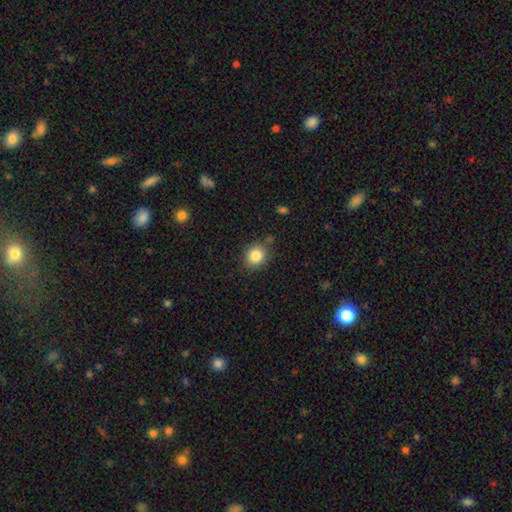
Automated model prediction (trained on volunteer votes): Smooth or featured: smooth — 85% (star or artifact — 10%)
How rounded: round — 78% (in between — 22%)
Merging: none — 81% (minor disturbance — 13%)